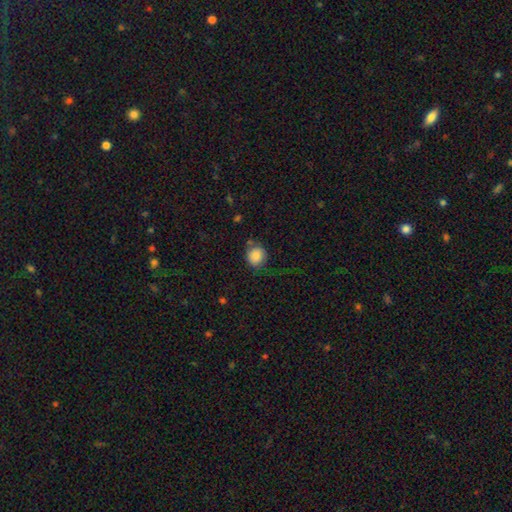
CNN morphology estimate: A smooth galaxy with no disk features (85%) that is round (82%).

Vote fractions:
- Smooth or featured? smooth: 85% / star or artifact: 9% / featured or disk: 6%
- How rounded? round: 82% / in between: 17% / cigar-shaped: 1%
- Merging? none: 73% / minor disturbance: 18% / major disturbance: 5% / merger: 4%